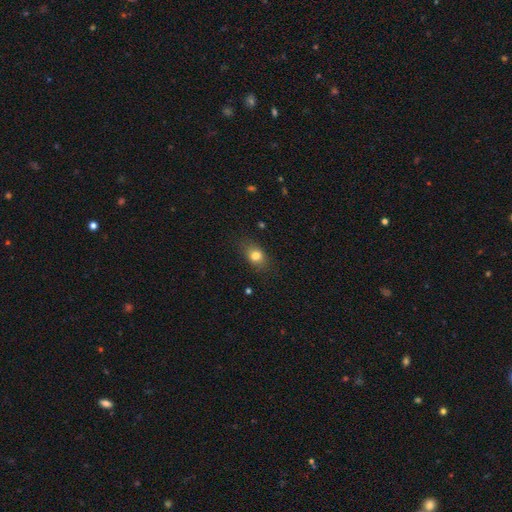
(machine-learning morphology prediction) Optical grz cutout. It shows a smooth galaxy with no disk features (79%) that is in between round and cigar-shaped (63%). Merging: none (80%).